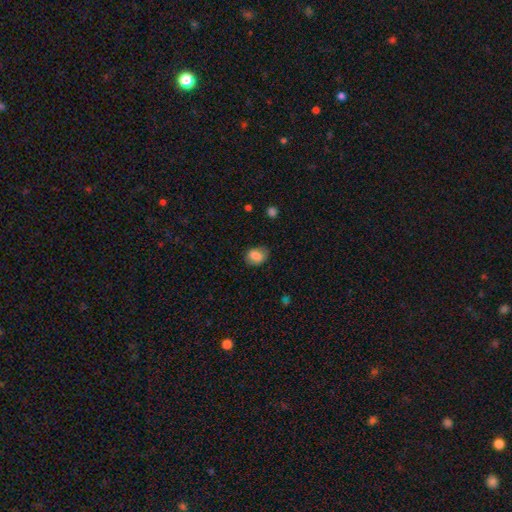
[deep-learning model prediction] Q: Smooth or featured?
A: smooth (81%); runner-up: featured or disk (10%)
Q: How rounded?
A: in between (65%); runner-up: round (34%)
Q: Merging?
A: none (74%); runner-up: minor disturbance (19%)